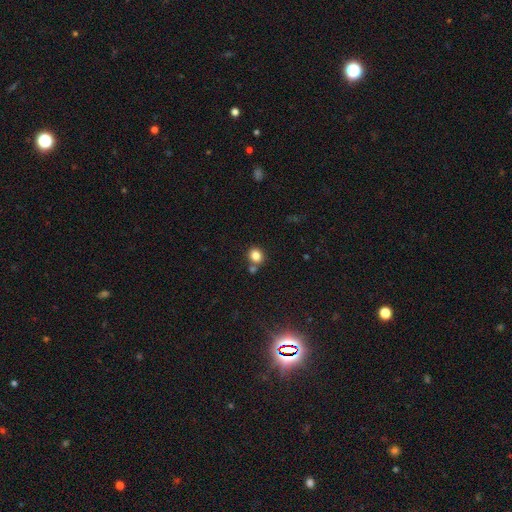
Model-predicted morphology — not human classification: Q: Smooth or featured?
A: smooth (83%); runner-up: star or artifact (11%)
Q: How rounded?
A: round (75%); runner-up: in between (25%)
Q: Merging?
A: none (70%); runner-up: merger (18%)